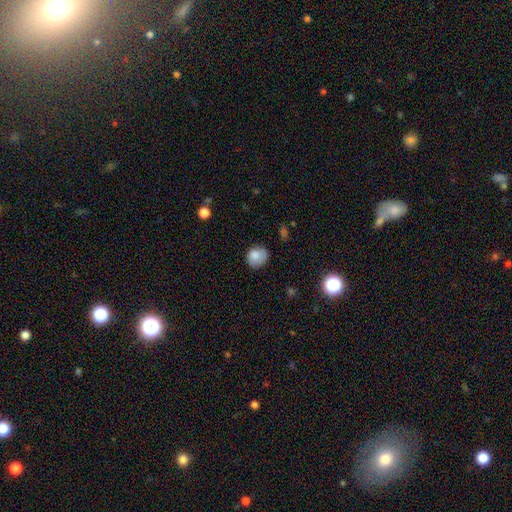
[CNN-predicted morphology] smooth_or_featured: smooth (p=0.82) [alt: star or artifact p=0.09]
how_rounded: round (p=0.68) [alt: in between p=0.31]
merging: none (p=0.66) [alt: minor disturbance p=0.26]